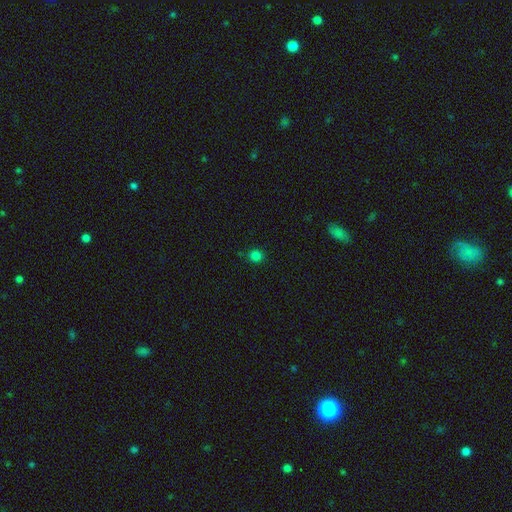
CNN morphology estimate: This appears to be a smooth galaxy with no disk features (80%) that is round (91%). Merging: none (87%).